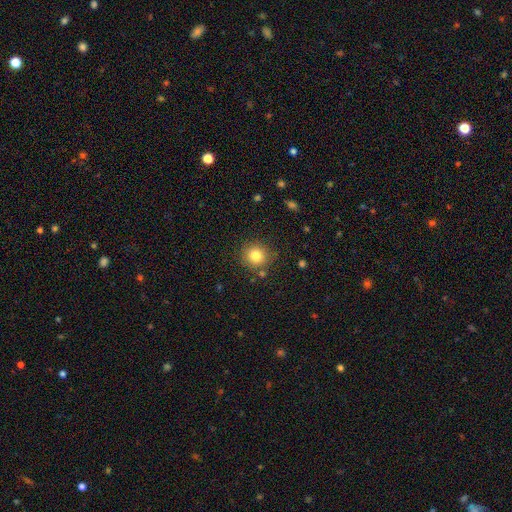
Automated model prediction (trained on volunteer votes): smooth 81%, star or artifact 12%, featured or disk 7%. Down the decision tree: how rounded — round (90%); merging — none (84%).